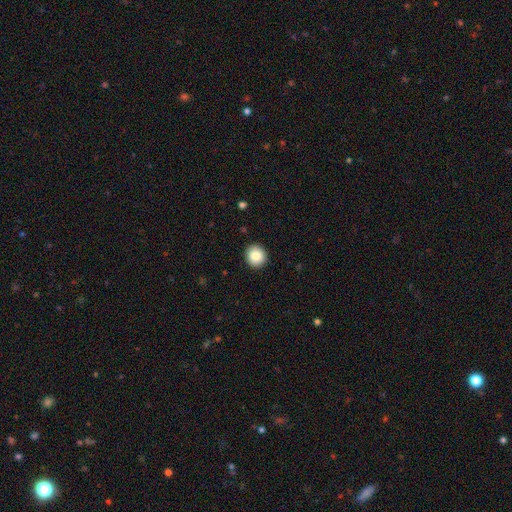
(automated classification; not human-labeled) Smooth or featured: smooth — 86% (star or artifact — 8%)
How rounded: round — 88% (in between — 11%)
Merging: none — 92% (minor disturbance — 6%)